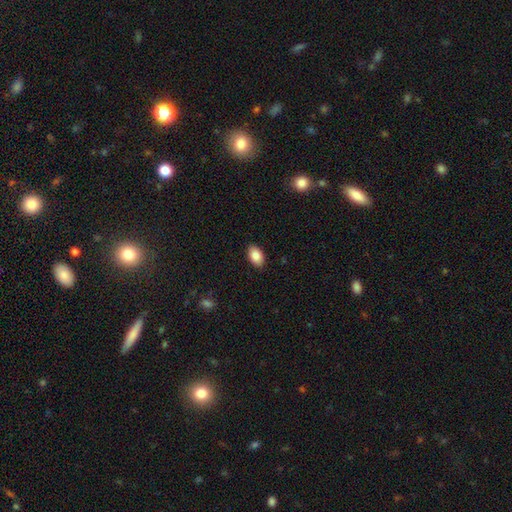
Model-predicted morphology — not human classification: Smooth or featured? smooth (86%)
How rounded? in between (91%)
Merging? none (89%)